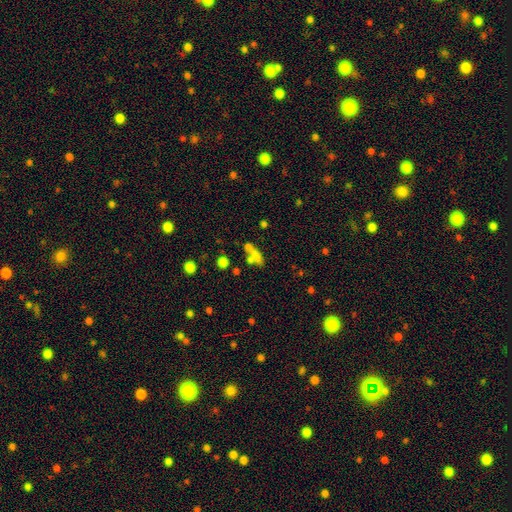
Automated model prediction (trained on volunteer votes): smooth_or_featured: smooth (p=0.62) [alt: featured or disk p=0.22]
how_rounded: in between (p=0.57) [alt: cigar-shaped p=0.30]
merging: none (p=0.40) [alt: merger p=0.37]